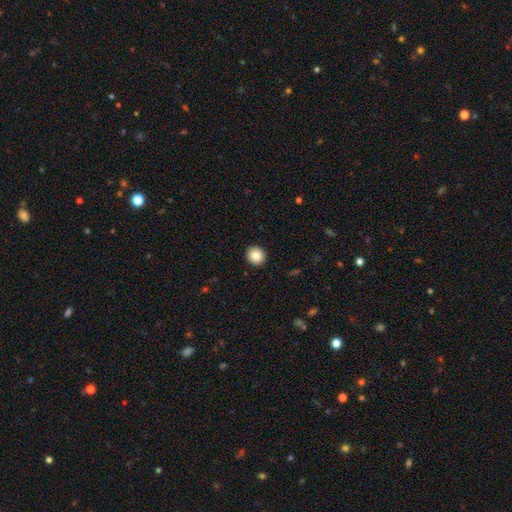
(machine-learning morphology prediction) Smooth or featured: smooth — 84% (star or artifact — 9%)
How rounded: round — 89% (in between — 10%)
Merging: none — 93% (minor disturbance — 4%)